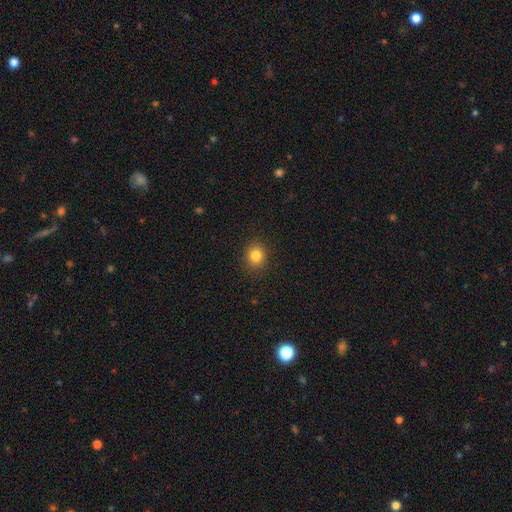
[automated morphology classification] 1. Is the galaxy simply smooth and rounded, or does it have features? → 83% smooth, 12% star or artifact, 5% featured or disk.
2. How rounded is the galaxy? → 81% round, 18% in between, 1% cigar-shaped.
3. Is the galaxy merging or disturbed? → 90% none, 7% minor disturbance, 2% major disturbance, 1% merger.